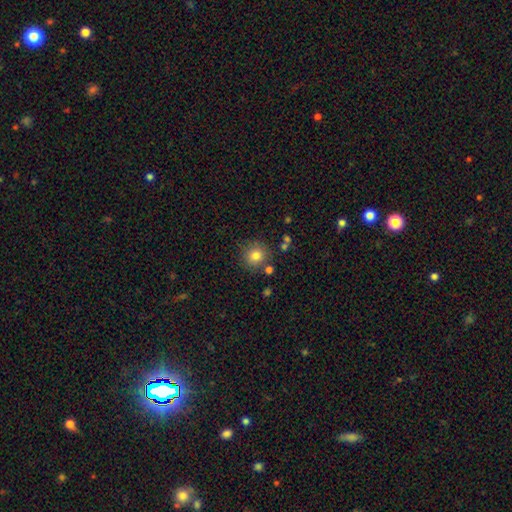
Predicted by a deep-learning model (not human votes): This appears to be a smooth galaxy with no disk features (80%) that is round (92%). Merging: none (81%).